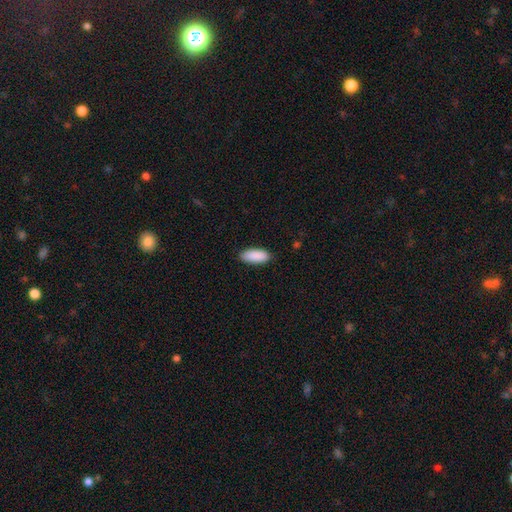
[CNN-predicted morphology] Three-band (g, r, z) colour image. It shows a smooth galaxy with no disk features (91%) that is in between round and cigar-shaped (86%). Merging: none (87%).